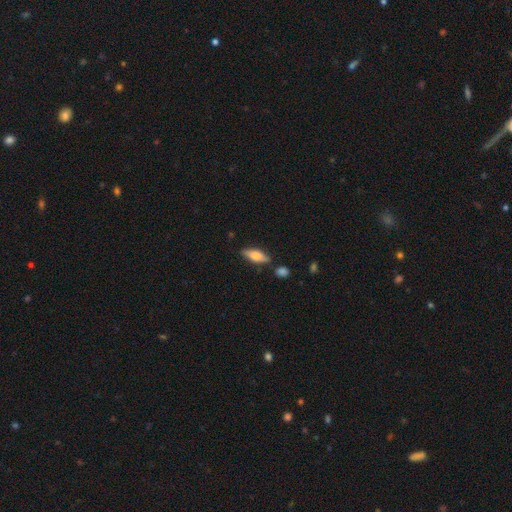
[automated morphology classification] smooth_or_featured: smooth (p=0.64) [alt: featured or disk p=0.30]
how_rounded: in between (p=0.66) [alt: cigar-shaped p=0.32]
merging: none (p=0.79) [alt: minor disturbance p=0.13]